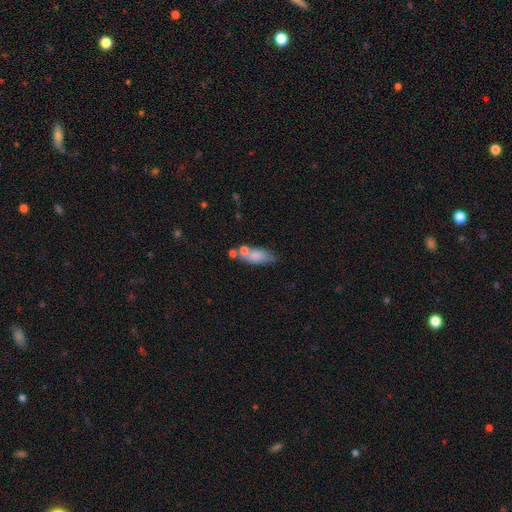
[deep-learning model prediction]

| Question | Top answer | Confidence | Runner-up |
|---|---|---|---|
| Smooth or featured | smooth | 73% | featured or disk (18%) |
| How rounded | in between | 78% | cigar-shaped (18%) |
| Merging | none | 44% | merger (26%) |